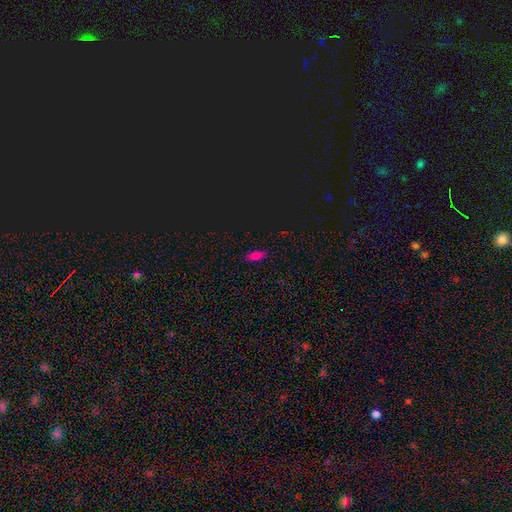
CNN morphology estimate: Smooth or featured?
  - smooth: 71% *
  - star or artifact: 23%
  - featured or disk: 6%
How rounded?
  - in between: 83% *
  - cigar-shaped: 12%
  - round: 5%
Merging?
  - none: 86% *
  - minor disturbance: 11%
  - major disturbance: 3%
  - merger: 1%